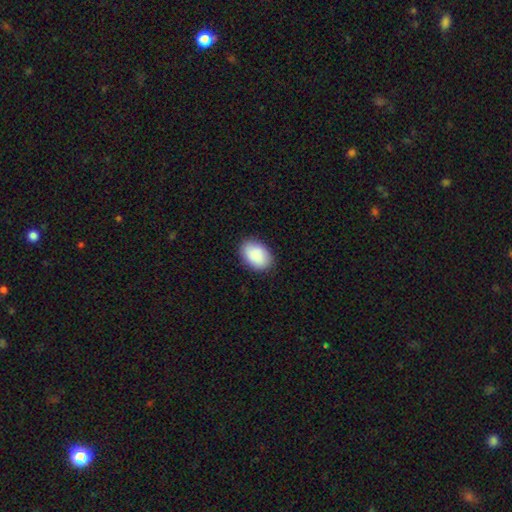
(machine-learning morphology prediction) This is clearly a smooth galaxy (88%). How rounded: clearly in between (85%). Merging: clearly none (86%).